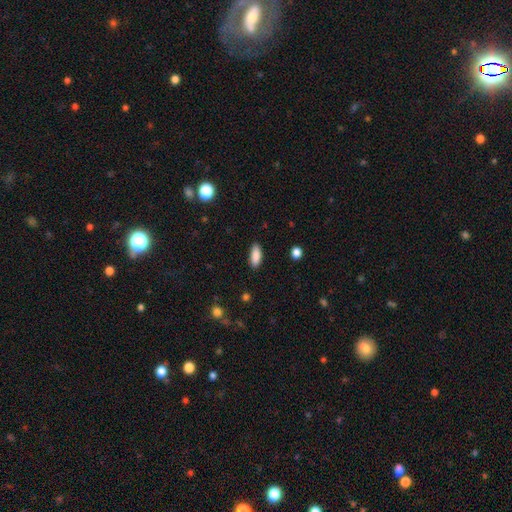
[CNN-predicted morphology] Smooth or featured: smooth — 88% (star or artifact — 7%)
How rounded: in between — 77% (cigar-shaped — 21%)
Merging: none — 88% (minor disturbance — 9%)